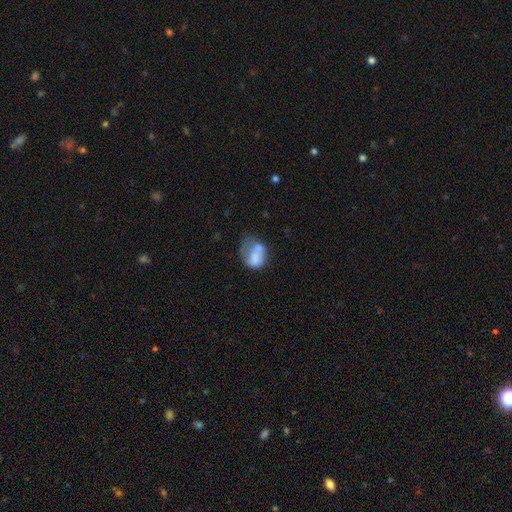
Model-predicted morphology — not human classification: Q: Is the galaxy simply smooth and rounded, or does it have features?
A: smooth — 62%.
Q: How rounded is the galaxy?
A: in between — 65%.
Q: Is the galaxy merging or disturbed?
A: major disturbance — 28%.